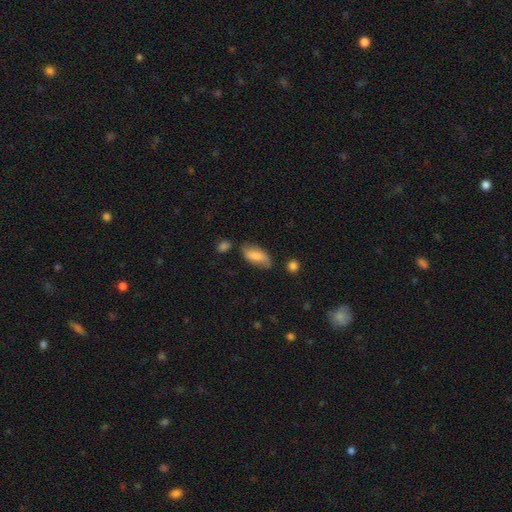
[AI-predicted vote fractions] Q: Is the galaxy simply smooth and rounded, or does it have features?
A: smooth — 69%.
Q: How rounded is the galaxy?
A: in between — 89%.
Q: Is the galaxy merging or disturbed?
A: none — 62%.